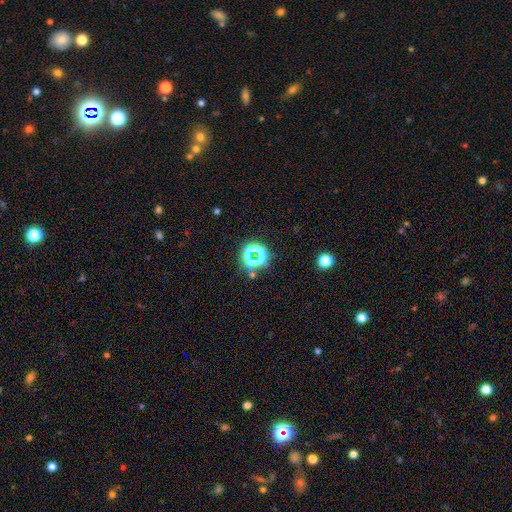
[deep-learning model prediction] Smooth or featured? star or artifact (65%)